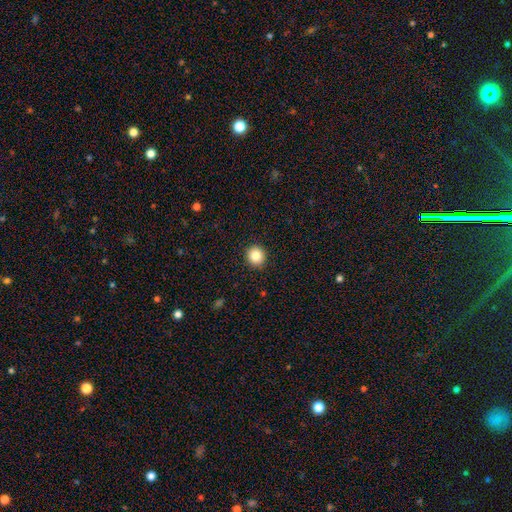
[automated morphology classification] This is clearly a smooth galaxy (85%). How rounded: clearly round (91%). Merging: clearly none (93%).